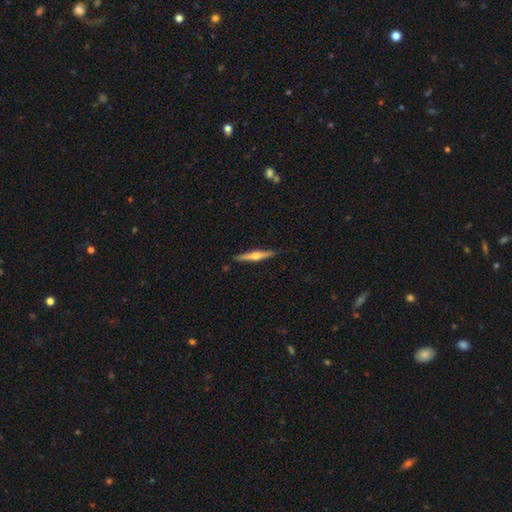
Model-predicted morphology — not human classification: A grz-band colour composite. It shows a featured or disk galaxy (66%) viewed edge-on (98%) with a rounded central bulge (92%). Merging: none (89%).